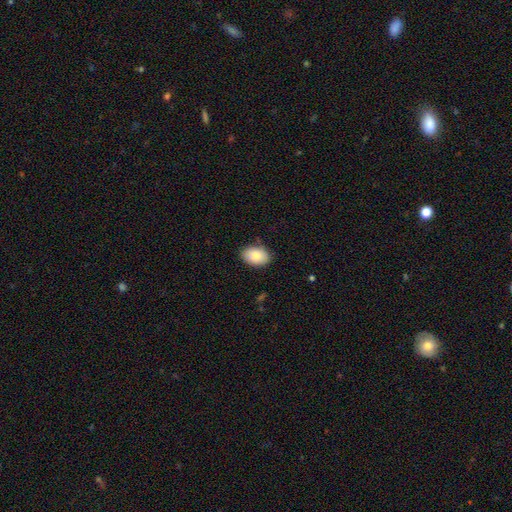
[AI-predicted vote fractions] A smooth galaxy with no disk features (81%) that is in between round and cigar-shaped (84%). Merging: none (84%).